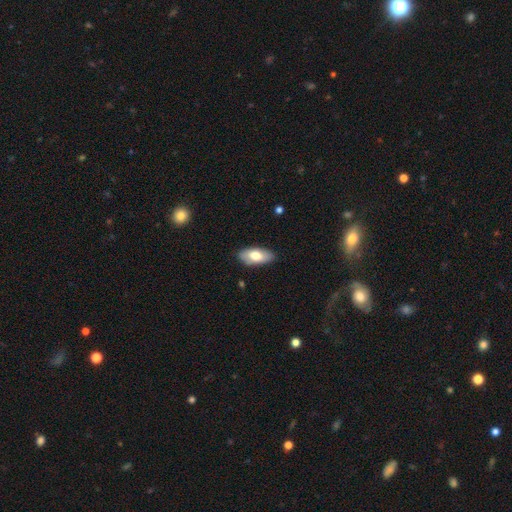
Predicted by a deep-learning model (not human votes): This is likely a smooth galaxy (75%). How rounded: clearly in between (91%). Merging: clearly none (85%).